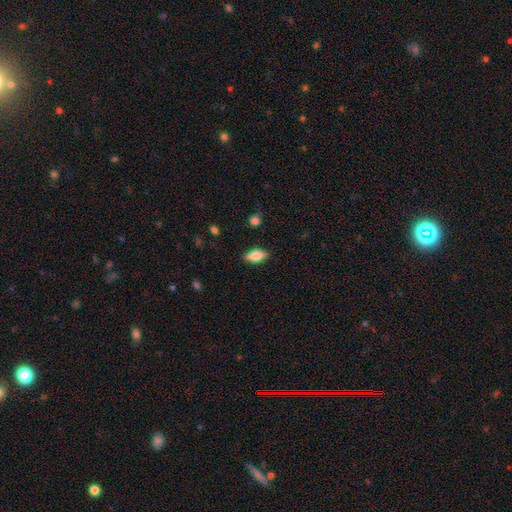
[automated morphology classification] A smooth galaxy with no disk features (71%) that is in between round and cigar-shaped (83%).

Vote fractions:
- Smooth or featured? smooth: 71% / featured or disk: 22% / star or artifact: 7%
- How rounded? in between: 83% / cigar-shaped: 13% / round: 4%
- Merging? none: 84% / minor disturbance: 12% / major disturbance: 3% / merger: 1%